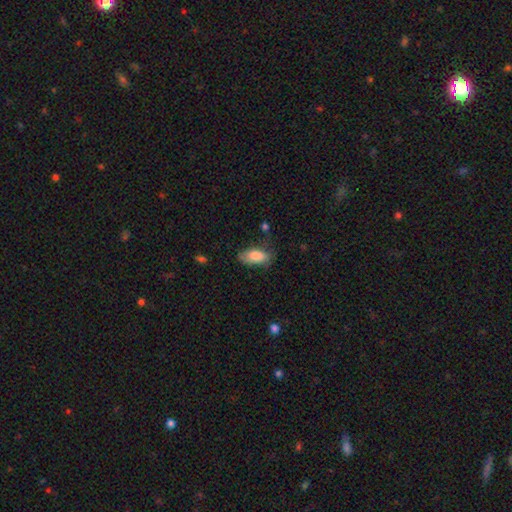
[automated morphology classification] A smooth galaxy with no disk features (84%) that is in between round and cigar-shaped (90%). Merging: none (64%).